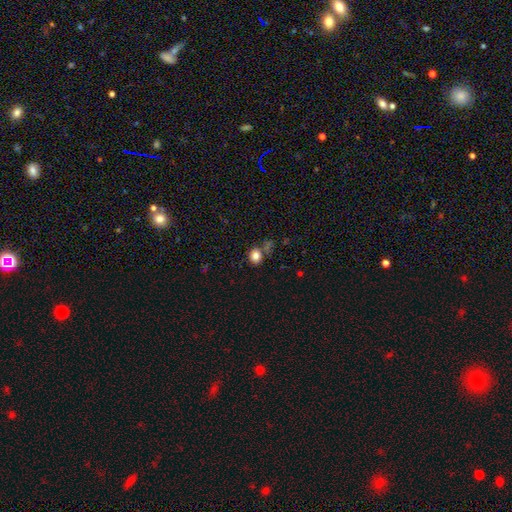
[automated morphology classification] Smooth or featured? smooth (81%)
How rounded? round (69%)
Merging? none (69%)